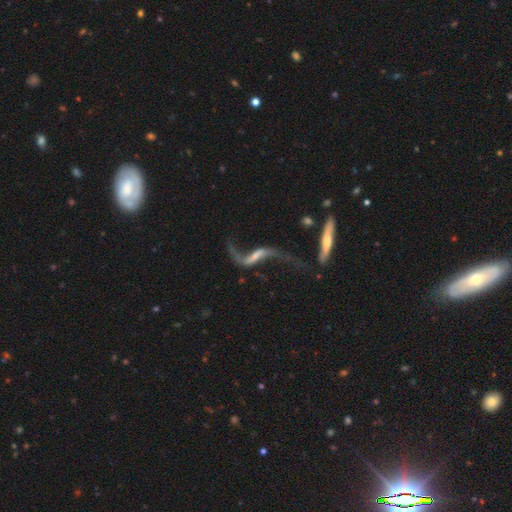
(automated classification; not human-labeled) featured or disk 86%, star or artifact 7%, smooth 7%. Down the decision tree: edge-on disk — no (88%); bar — strong (39%); spiral arms — yes (92%); spiral arm count — 2 (91%); spiral winding — loose (95%); bulge size — small (42%); merging — none (48%).